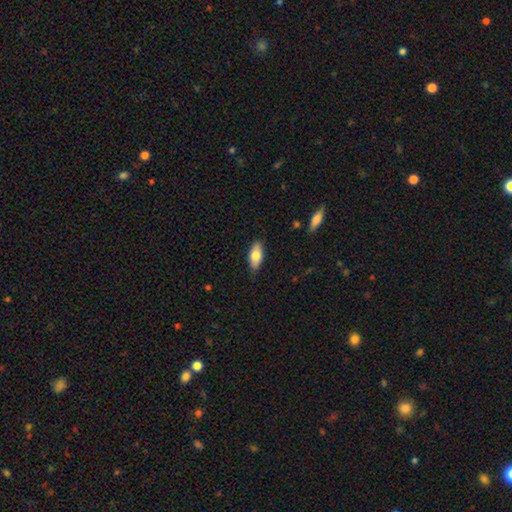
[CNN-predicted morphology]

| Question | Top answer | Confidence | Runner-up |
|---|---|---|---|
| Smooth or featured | smooth | 75% | featured or disk (19%) |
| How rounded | in between | 86% | cigar-shaped (12%) |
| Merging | none | 86% | minor disturbance (11%) |